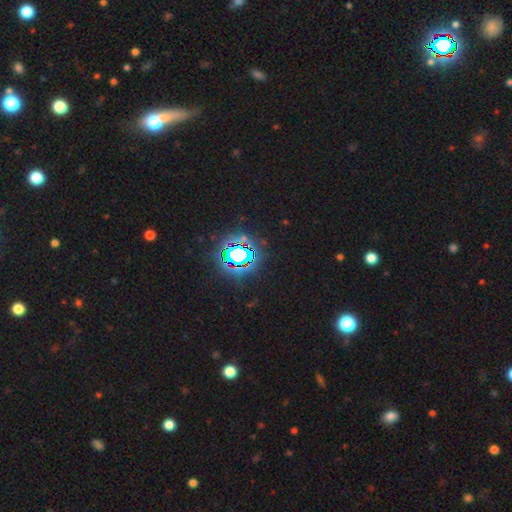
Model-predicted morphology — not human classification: A star or artifact, not a galaxy (78%).

Vote fractions:
- Smooth or featured? star or artifact: 78% / smooth: 13% / featured or disk: 10%